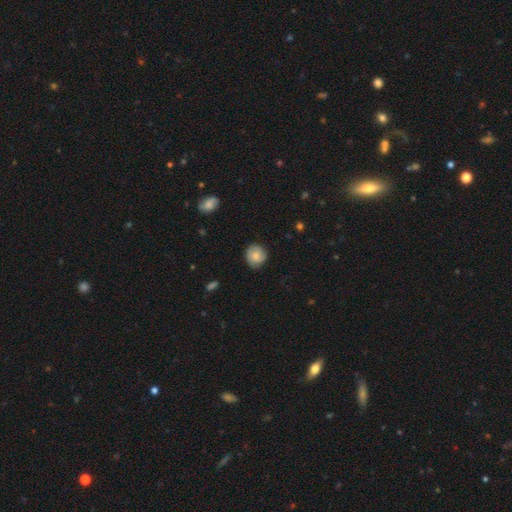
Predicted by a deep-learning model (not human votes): Overall: smooth (68%). How rounded: round (84%). Merging: none (79%).